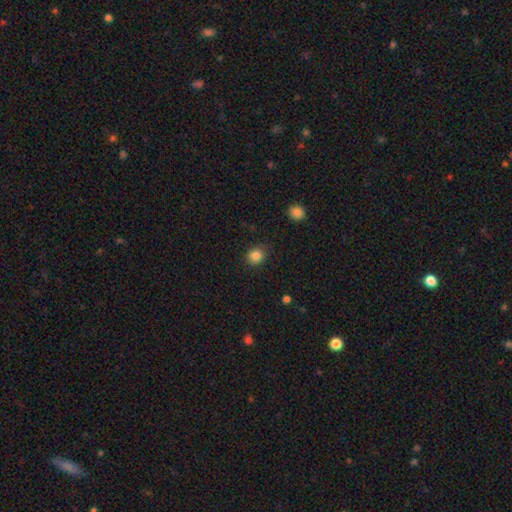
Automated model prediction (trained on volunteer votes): The model was most divided on "how rounded": round: 79%, in between: 20%, cigar-shaped: 1%. More confident: merging — none (86%); smooth or featured — smooth (85%).